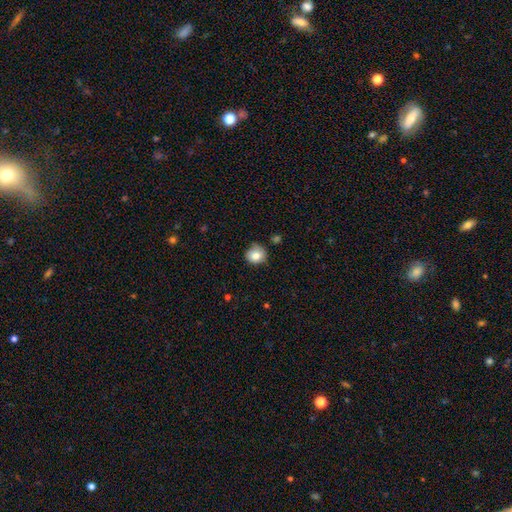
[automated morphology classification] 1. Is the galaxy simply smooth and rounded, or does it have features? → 81% smooth, 10% featured or disk, 9% star or artifact.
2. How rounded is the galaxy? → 87% round, 12% in between, 1% cigar-shaped.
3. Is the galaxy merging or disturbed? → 73% none, 22% minor disturbance, 4% major disturbance, 2% merger.